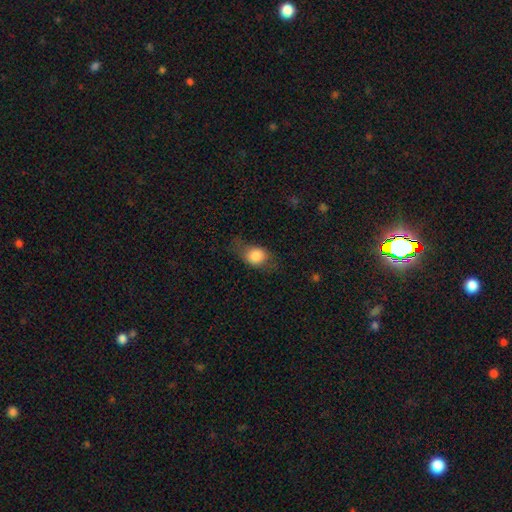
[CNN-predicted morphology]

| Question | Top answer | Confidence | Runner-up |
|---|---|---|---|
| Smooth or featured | smooth | 76% | featured or disk (15%) |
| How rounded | in between | 50% | round (48%) |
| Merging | none | 55% | minor disturbance (27%) |